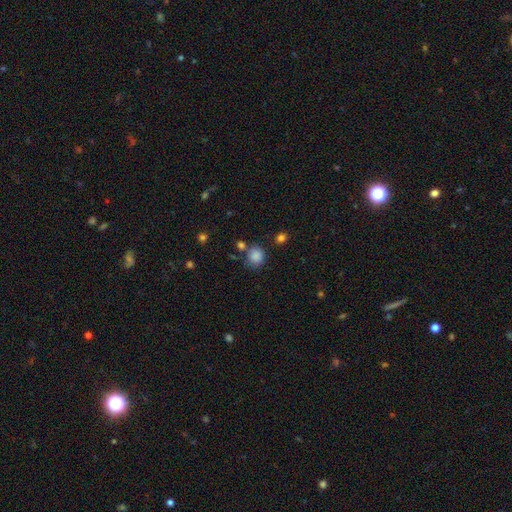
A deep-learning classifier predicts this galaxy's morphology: smooth 85%, star or artifact 11%, featured or disk 4%. Down the decision tree: how rounded — round (82%); merging — none (71%).